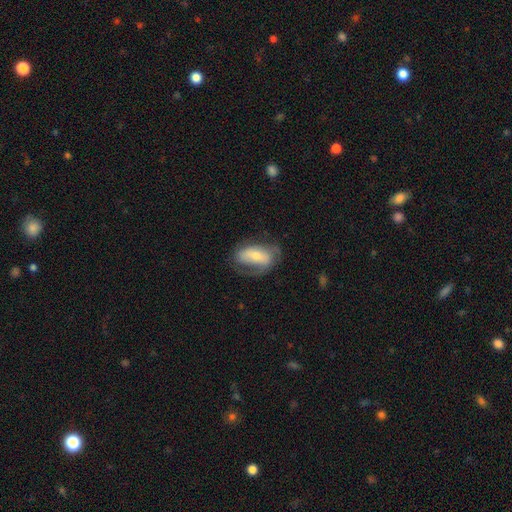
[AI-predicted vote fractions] Morphology: type=featured or disk (52%); edge-on=no (92%); merging=none (51%).